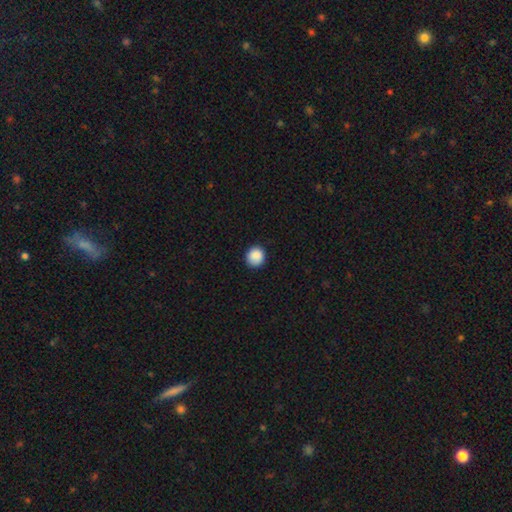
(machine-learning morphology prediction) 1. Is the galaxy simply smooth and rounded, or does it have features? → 89% smooth, 8% star or artifact, 3% featured or disk.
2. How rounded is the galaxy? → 91% round, 8% in between, 1% cigar-shaped.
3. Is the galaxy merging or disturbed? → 88% none, 9% minor disturbance, 2% major disturbance, 1% merger.